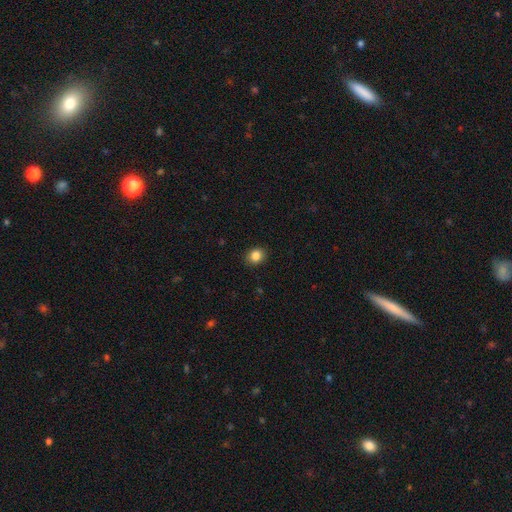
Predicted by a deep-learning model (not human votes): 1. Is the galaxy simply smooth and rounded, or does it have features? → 85% smooth, 10% star or artifact, 5% featured or disk.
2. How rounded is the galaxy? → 71% round, 28% in between, 1% cigar-shaped.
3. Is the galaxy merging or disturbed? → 91% none, 7% minor disturbance, 2% major disturbance, 1% merger.